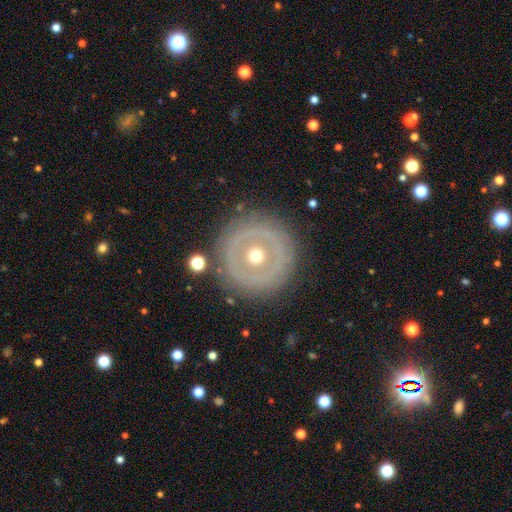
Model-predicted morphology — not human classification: Smooth or featured? featured or disk (60%)
Edge-on disk? no (95%)
Bar? no (86%)
Spiral arms? no (87%)
Bulge size? moderate (71%)
Merging? none (85%)